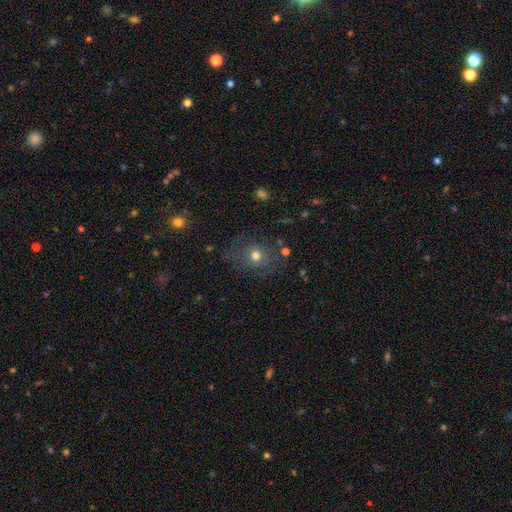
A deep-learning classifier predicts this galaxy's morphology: smooth-or-featured: smooth: 58% | featured or disk: 27% | star or artifact: 15%
  how-rounded: round: 75% | in between: 24% | cigar-shaped: 1%
  merging: none: 70% | minor disturbance: 16% | major disturbance: 12% | merger: 2%